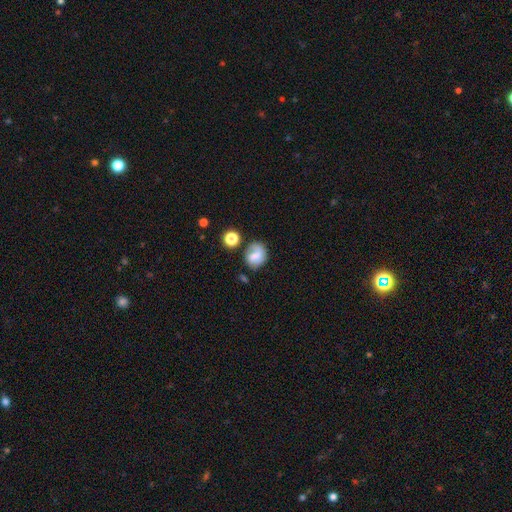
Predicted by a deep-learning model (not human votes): smooth_or_featured: smooth (p=0.61) [alt: featured or disk p=0.28]
how_rounded: round (p=0.61) [alt: in between p=0.38]
merging: none (p=0.54) [alt: minor disturbance p=0.24]